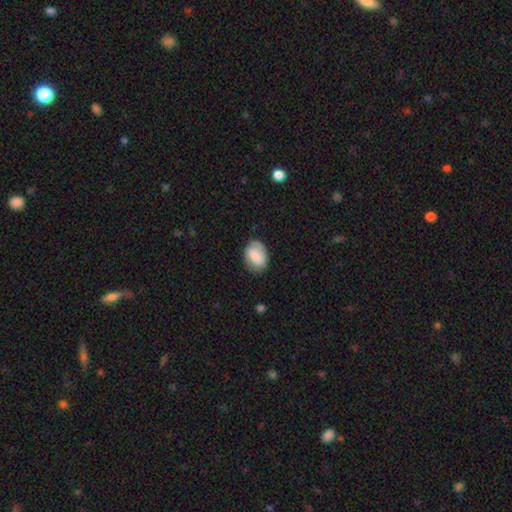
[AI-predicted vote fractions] Morphology: type=smooth (65%); roundness=in between (79%); merging=none (73%).